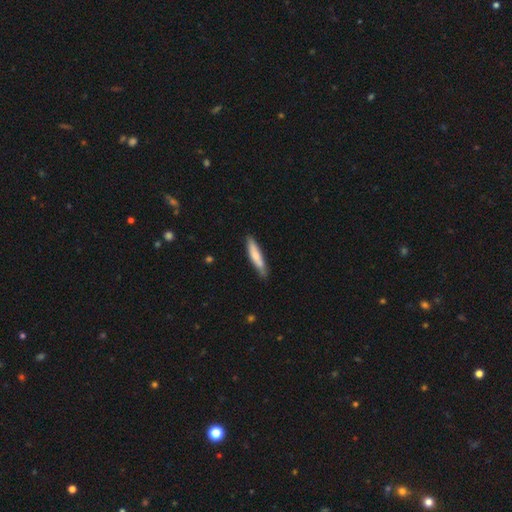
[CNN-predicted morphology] This is likely a smooth galaxy (72%). How rounded: clearly cigar-shaped (86%). Merging: likely none (75%).